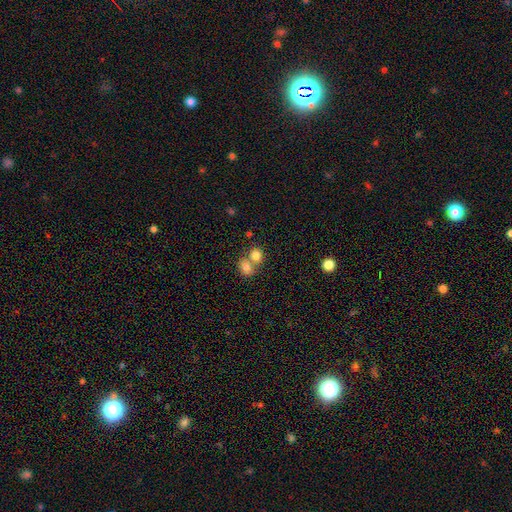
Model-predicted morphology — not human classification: Smooth or featured? smooth (80%)
How rounded? round (67%)
Merging? merger (55%)